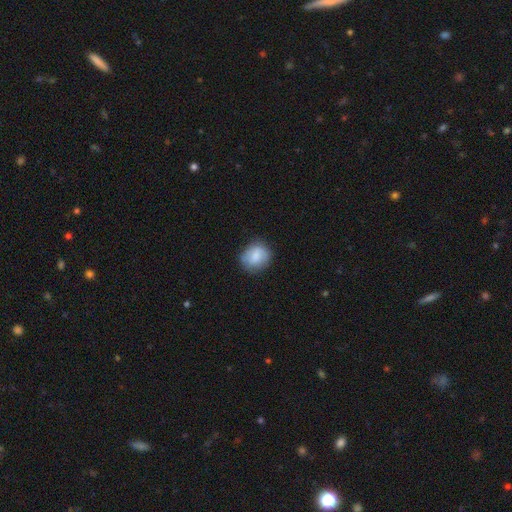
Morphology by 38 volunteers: This appears to be a smooth galaxy with no disk features (76%) that is round (52%). Merging: none (69%).